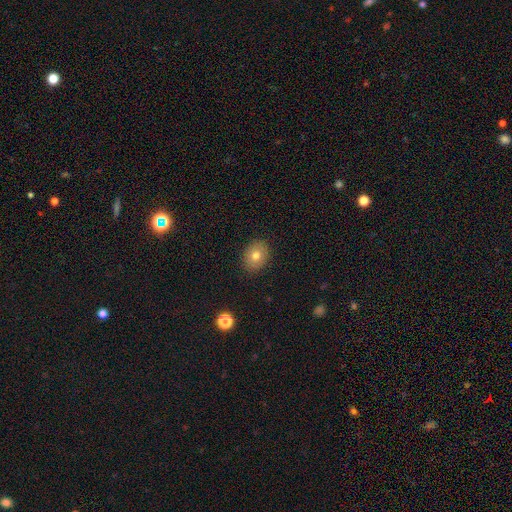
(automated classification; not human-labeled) Smooth or featured: smooth — 76% (featured or disk — 15%)
How rounded: in between — 51% (round — 48%)
Merging: none — 89% (minor disturbance — 8%)